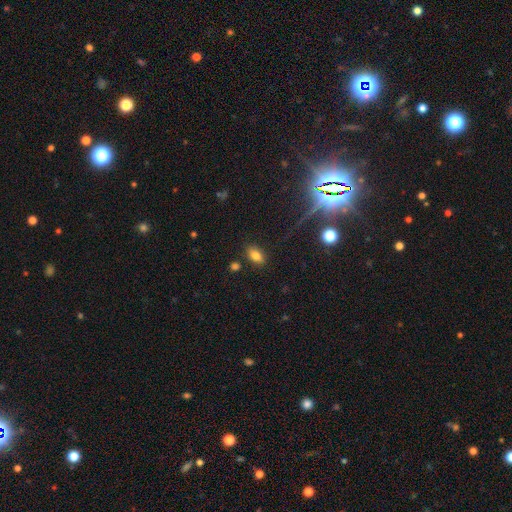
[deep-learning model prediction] This appears to be a smooth galaxy with no disk features (77%) that is in between round and cigar-shaped (87%). Merging: none (84%).